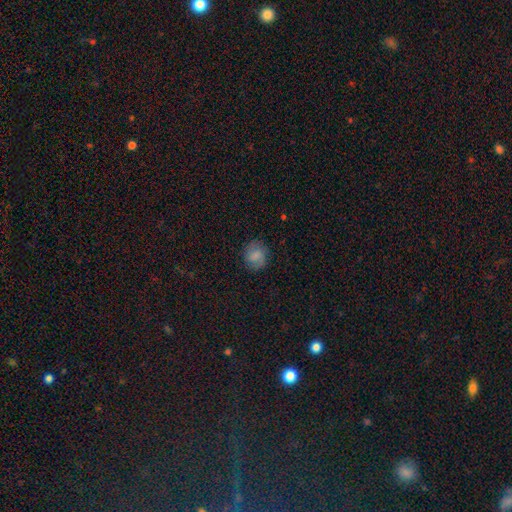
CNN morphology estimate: type=smooth (68%); roundness=round (70%); merging=none (78%).